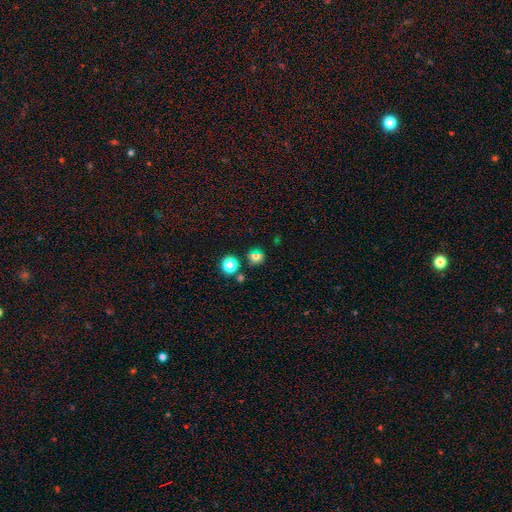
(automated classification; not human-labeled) A smooth galaxy with no disk features (69%) that is round (85%).

Vote fractions:
- Smooth or featured? smooth: 69% / star or artifact: 21% / featured or disk: 10%
- How rounded? round: 85% / in between: 14% / cigar-shaped: 1%
- Merging? none: 81% / minor disturbance: 9% / merger: 6% / major disturbance: 3%